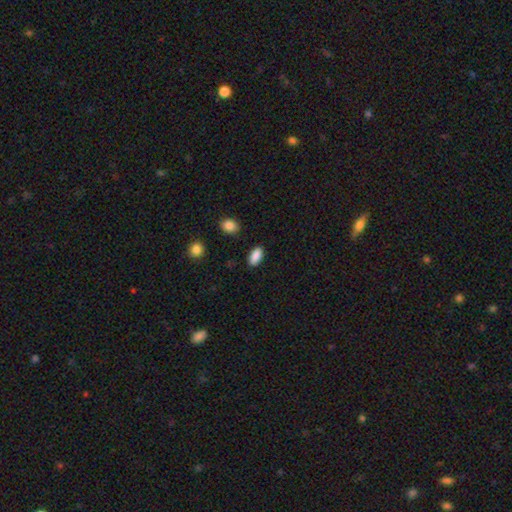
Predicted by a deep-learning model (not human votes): Smooth or featured? smooth (89%)
How rounded? in between (89%)
Merging? none (88%)